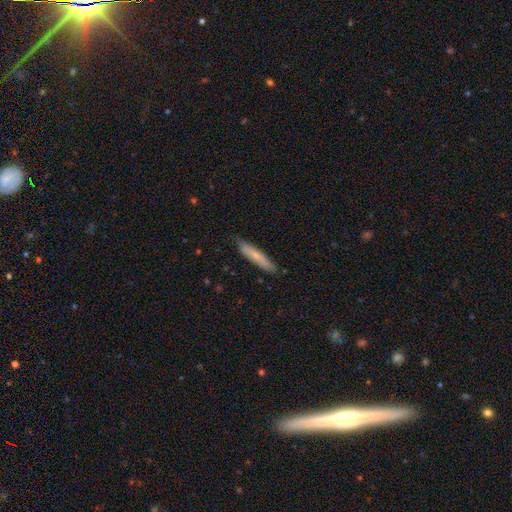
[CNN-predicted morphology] Q: Smooth or featured?
A: smooth (68%); runner-up: featured or disk (26%)
Q: How rounded?
A: cigar-shaped (89%); runner-up: in between (10%)
Q: Merging?
A: none (84%); runner-up: minor disturbance (13%)